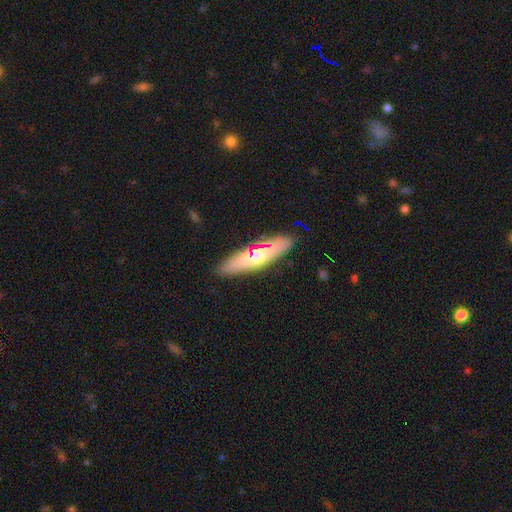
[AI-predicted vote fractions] A smooth galaxy with no disk features (51%) that is cigar-shaped (66%). Merging: none (87%).